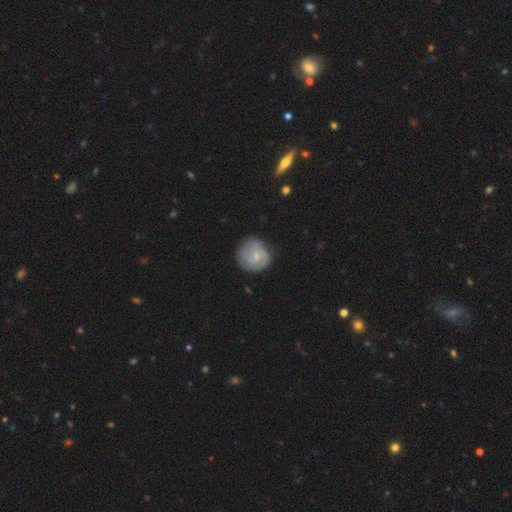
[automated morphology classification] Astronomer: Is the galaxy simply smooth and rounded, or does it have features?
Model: featured or disk — 72%.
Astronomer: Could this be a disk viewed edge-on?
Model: no — 98%.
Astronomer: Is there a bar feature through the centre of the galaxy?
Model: no — 57% (runner-up: weak, 38%).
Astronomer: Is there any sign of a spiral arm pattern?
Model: yes — 94%.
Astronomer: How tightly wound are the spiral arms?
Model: tight — 51% (runner-up: medium, 38%).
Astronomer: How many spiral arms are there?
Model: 2 — 40% (runner-up: 3, 26%).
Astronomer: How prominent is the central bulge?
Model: small — 71%.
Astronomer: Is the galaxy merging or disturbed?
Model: none — 73%.